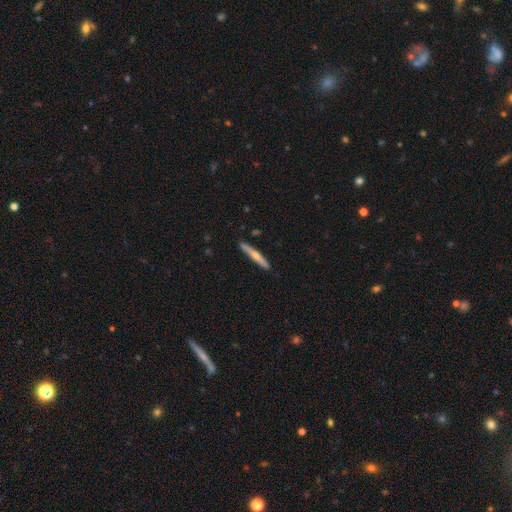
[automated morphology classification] Smooth or featured?
  - smooth: 48% *
  - featured or disk: 46%
  - star or artifact: 5%
Merging?
  - none: 89% *
  - minor disturbance: 9%
  - major disturbance: 1%
  - merger: 1%